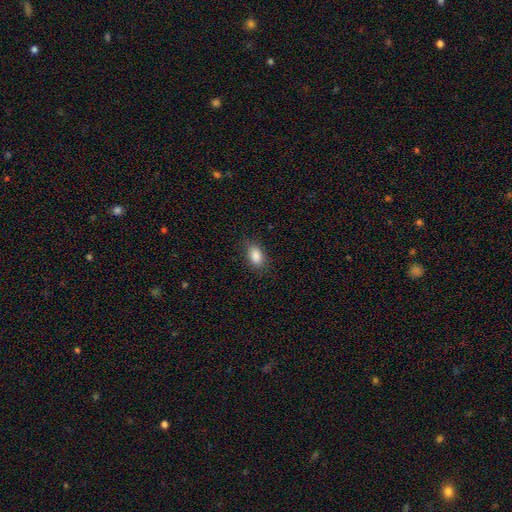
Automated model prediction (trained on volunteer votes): A smooth galaxy with no disk features (87%) that is in between round and cigar-shaped (86%).

Vote fractions:
- Smooth or featured? smooth: 87% / star or artifact: 8% / featured or disk: 5%
- How rounded? in between: 86% / round: 10% / cigar-shaped: 3%
- Merging? none: 80% / minor disturbance: 15% / major disturbance: 4% / merger: 1%